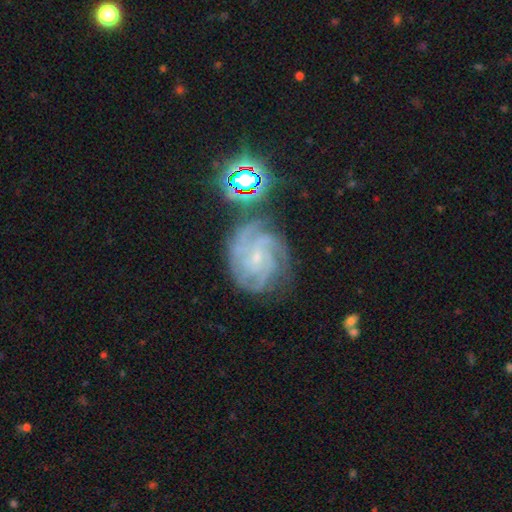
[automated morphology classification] Overall: featured or disk (82%). Edge-on disk: no (98%). Bar: no (63%; weak 30%). Spiral arms: yes (97%). Spiral arm count: 4 (32%; can't tell 22%). Spiral winding: tight (67%; medium 28%). Bulge size: small (82%). Merging: none (64%).